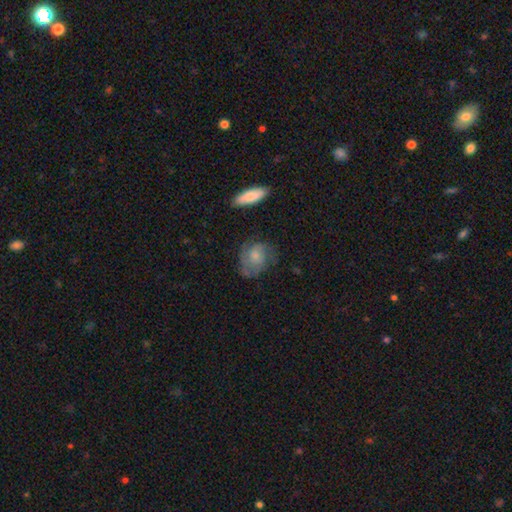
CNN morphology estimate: Smooth or featured? featured or disk (59%)
Edge-on disk? no (96%)
Bar? no (75%)
Spiral arms? yes (86%)
Bulge size? small (44%)
Merging? none (67%)